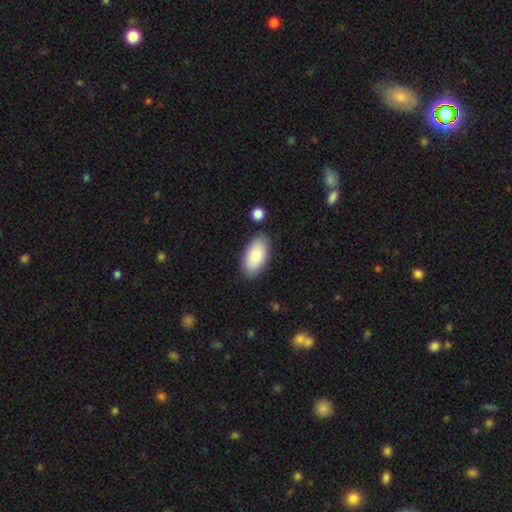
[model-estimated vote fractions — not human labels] smooth-or-featured: smooth: 87% | featured or disk: 7% | star or artifact: 6%
  how-rounded: in between: 95% | cigar-shaped: 3% | round: 2%
  merging: none: 83% | minor disturbance: 11% | merger: 3% | major disturbance: 3%